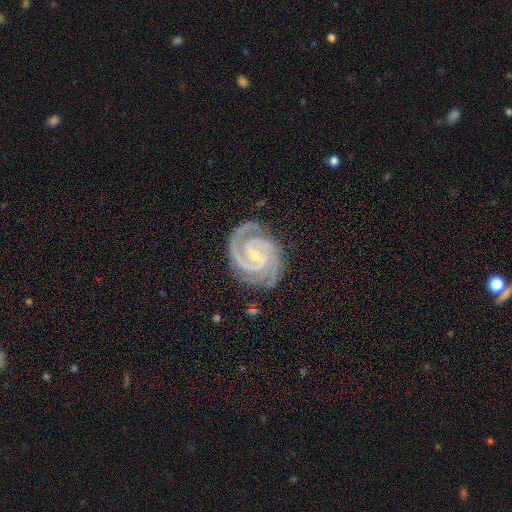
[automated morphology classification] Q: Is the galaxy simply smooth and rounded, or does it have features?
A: featured or disk — 94%.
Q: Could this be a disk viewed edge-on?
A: no — 98%.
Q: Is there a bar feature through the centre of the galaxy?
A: weak — 42%.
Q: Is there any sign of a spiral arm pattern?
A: yes — 99%.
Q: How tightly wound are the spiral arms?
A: tight — 70%.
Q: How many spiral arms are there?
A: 2 — 64%.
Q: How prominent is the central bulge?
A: small — 73%.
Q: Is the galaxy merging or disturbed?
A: none — 79%.